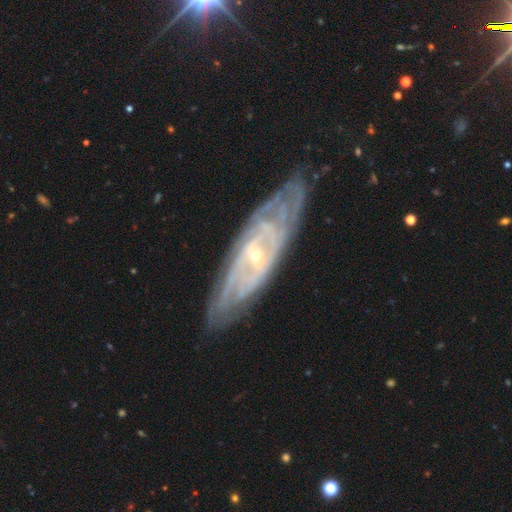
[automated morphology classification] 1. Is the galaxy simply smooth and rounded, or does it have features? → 87% featured or disk, 7% smooth, 6% star or artifact.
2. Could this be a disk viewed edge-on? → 84% no, 16% yes.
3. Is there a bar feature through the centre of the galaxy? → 39% weak (tied), 39% no (tied), 22% strong.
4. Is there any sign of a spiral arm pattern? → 94% yes, 6% no.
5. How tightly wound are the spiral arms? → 72% tight, 22% medium, 5% loose.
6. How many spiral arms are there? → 42% can't tell, 19% 2, 12% 4, 12% 3, 9% more than 4, 6% 1.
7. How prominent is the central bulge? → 77% small, 20% moderate, 1% none, 1% large, 1% dominant.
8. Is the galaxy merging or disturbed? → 80% none, 15% minor disturbance, 4% major disturbance, 1% merger.